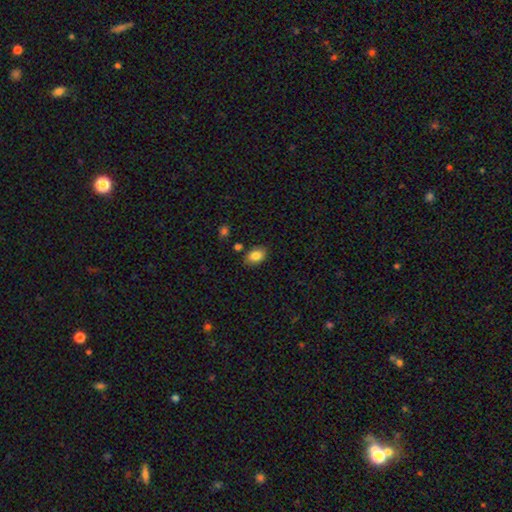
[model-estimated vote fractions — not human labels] A smooth galaxy with no disk features (85%) that is in between round and cigar-shaped (83%).

Vote fractions:
- Smooth or featured? smooth: 85% / star or artifact: 8% / featured or disk: 7%
- How rounded? in between: 83% / round: 16% / cigar-shaped: 1%
- Merging? none: 81% / minor disturbance: 13% / merger: 3% / major disturbance: 3%